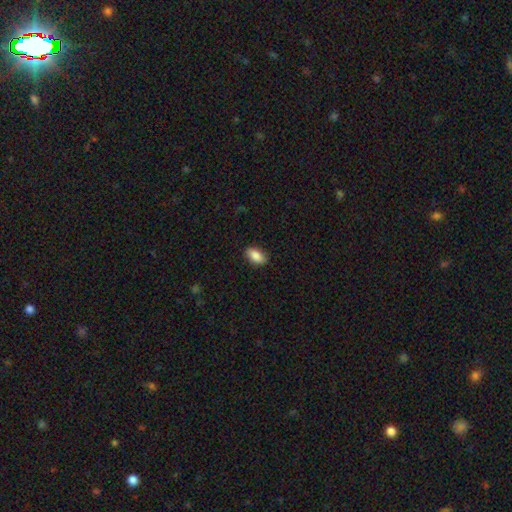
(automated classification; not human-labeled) This appears to be a smooth galaxy with no disk features (86%) that is in between round and cigar-shaped (90%). Merging: none (87%).